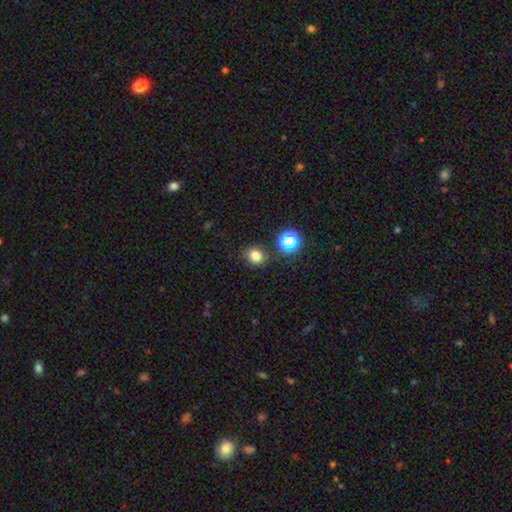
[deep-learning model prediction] Smooth or featured? Predicted: smooth (p=0.79). How rounded? Predicted: round (p=0.78). Merging? Predicted: none (p=0.80).